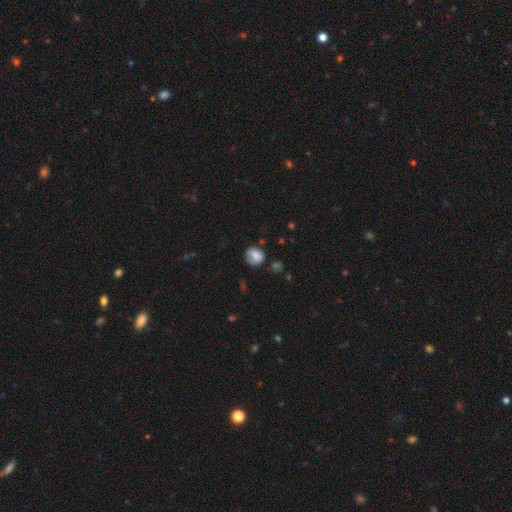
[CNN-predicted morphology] smooth-or-featured: smooth: 79% | featured or disk: 12% | star or artifact: 9%
  how-rounded: round: 62% | in between: 37% | cigar-shaped: 1%
  merging: none: 62% | minor disturbance: 25% | major disturbance: 9% | merger: 4%